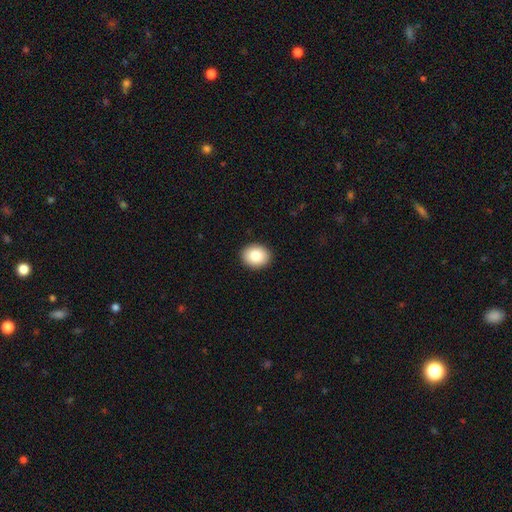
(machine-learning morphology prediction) Smooth or featured? Predicted: smooth (p=0.86). How rounded? Predicted: round (p=0.61). Merging? Predicted: none (p=0.91).